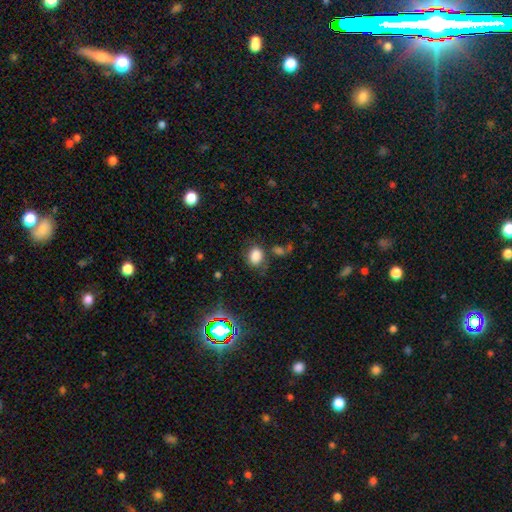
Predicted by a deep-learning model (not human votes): This appears to be a smooth galaxy with no disk features (81%) that is in between round and cigar-shaped (61%). Merging: none (64%).